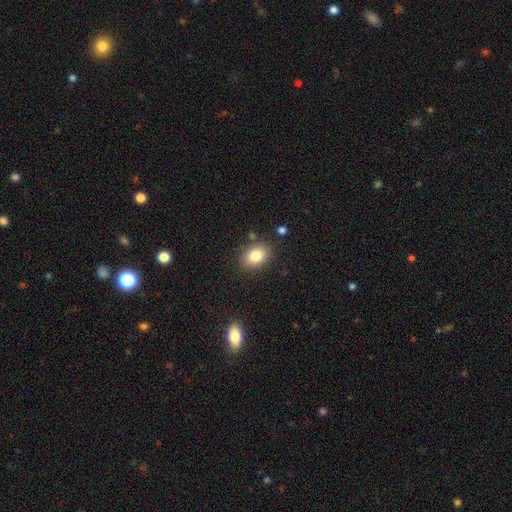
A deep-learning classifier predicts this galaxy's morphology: The model was most divided on "how rounded": in between: 72%, round: 27%, cigar-shaped: 1%. More confident: merging — none (83%); smooth or featured — smooth (83%).